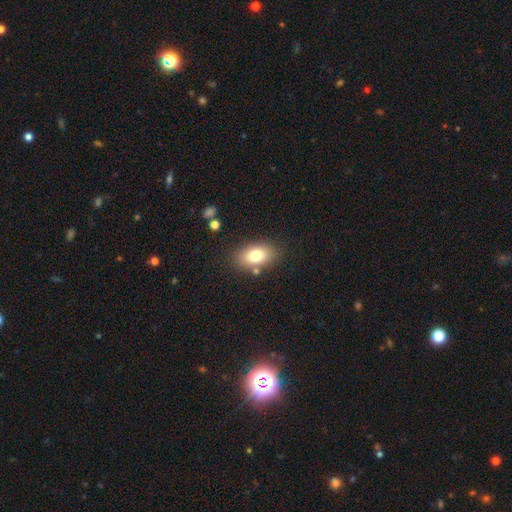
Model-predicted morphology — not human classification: Smooth or featured?
  - smooth: 78% *
  - featured or disk: 13%
  - star or artifact: 9%
How rounded?
  - in between: 89% *
  - round: 9%
  - cigar-shaped: 2%
Merging?
  - none: 80% *
  - minor disturbance: 11%
  - merger: 6%
  - major disturbance: 3%